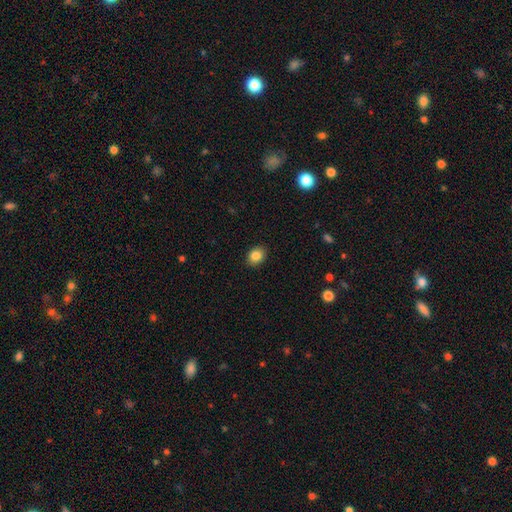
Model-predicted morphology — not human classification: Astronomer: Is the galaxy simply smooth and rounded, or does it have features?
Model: smooth — 86%.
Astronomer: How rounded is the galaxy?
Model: in between — 53% (runner-up: round, 46%).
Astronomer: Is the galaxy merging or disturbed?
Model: none — 90%.